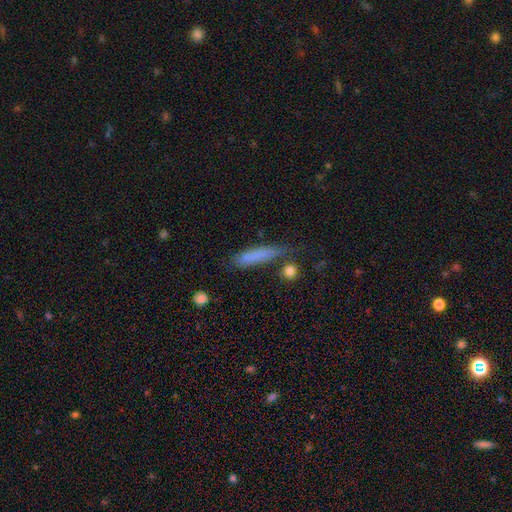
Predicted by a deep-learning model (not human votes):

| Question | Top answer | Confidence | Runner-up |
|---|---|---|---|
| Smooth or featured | smooth | 76% | featured or disk (15%) |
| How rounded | cigar-shaped | 82% | in between (16%) |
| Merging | none | 62% | minor disturbance (22%) |